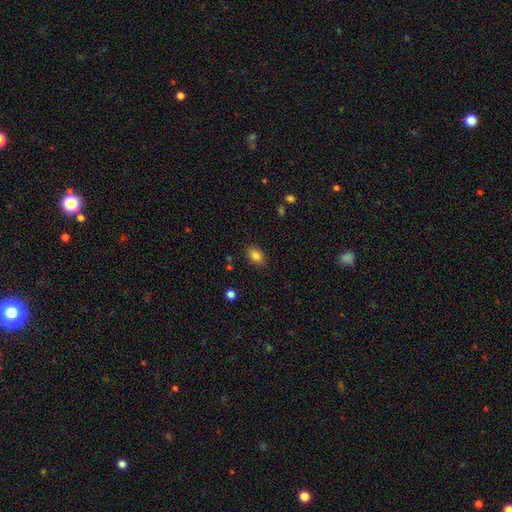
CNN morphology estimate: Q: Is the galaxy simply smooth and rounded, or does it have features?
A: smooth — 85%.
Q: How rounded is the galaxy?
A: in between — 77%.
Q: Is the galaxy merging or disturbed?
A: none — 85%.